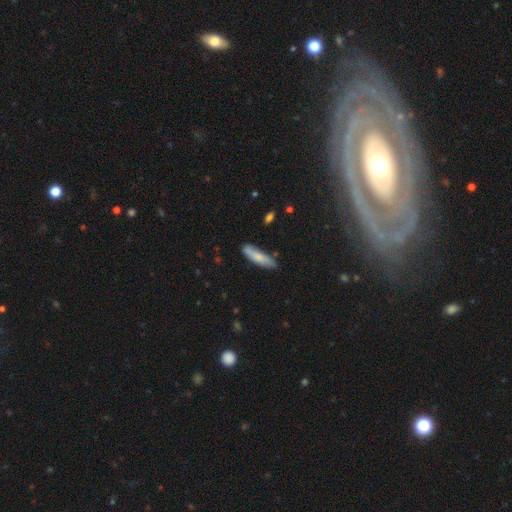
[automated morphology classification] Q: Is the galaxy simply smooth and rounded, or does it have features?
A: smooth — 75%.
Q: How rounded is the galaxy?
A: cigar-shaped — 71%.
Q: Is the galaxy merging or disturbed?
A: none — 73%.